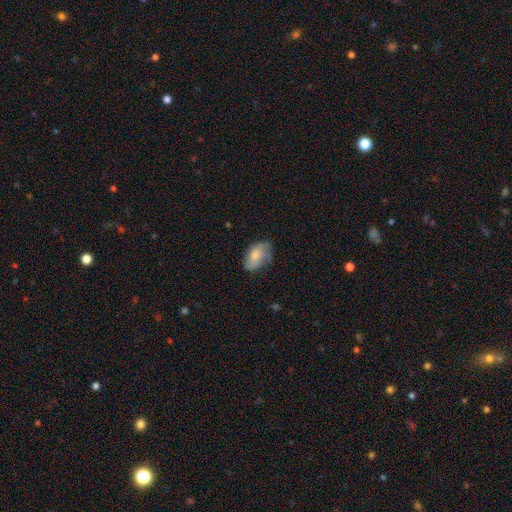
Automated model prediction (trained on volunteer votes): A smooth galaxy with no disk features (66%) that is in between round and cigar-shaped (91%). Merging: none (59%).